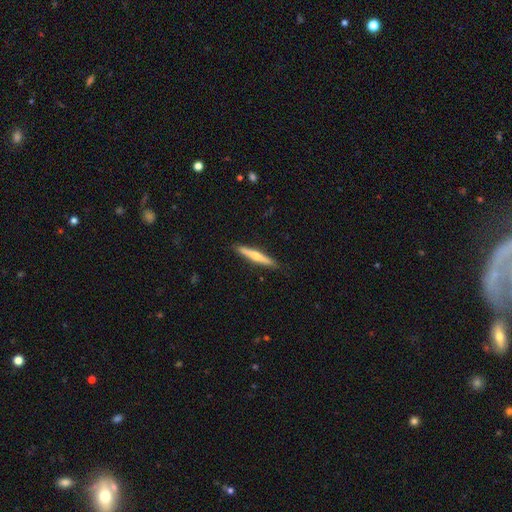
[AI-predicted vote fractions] Q: Smooth or featured?
A: smooth (48%); runner-up: featured or disk (47%)
Q: Merging?
A: none (90%); runner-up: minor disturbance (8%)